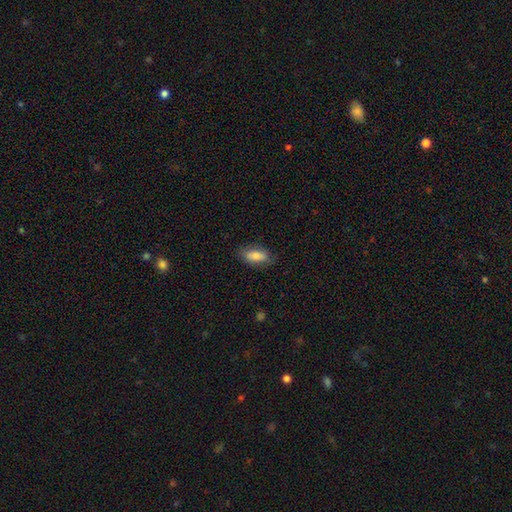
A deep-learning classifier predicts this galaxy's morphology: This is likely a smooth galaxy (77%). How rounded: clearly in between (85%). Merging: likely none (80%).